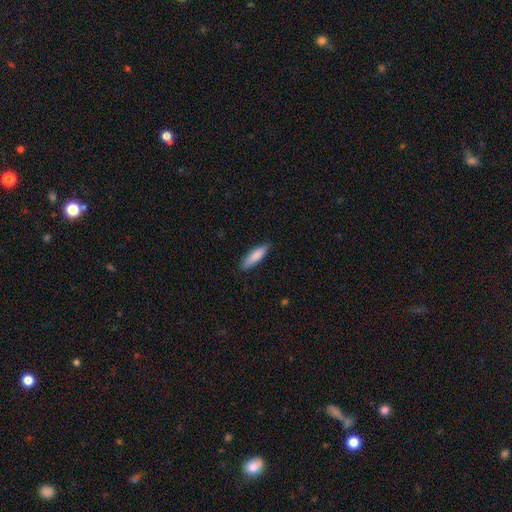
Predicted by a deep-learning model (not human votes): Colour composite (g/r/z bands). It shows a smooth galaxy with no disk features (83%) that is cigar-shaped (66%). Merging: none (85%).